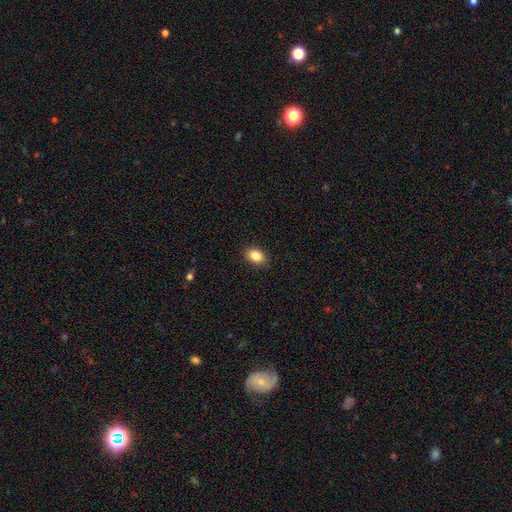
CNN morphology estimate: smooth_or_featured: smooth (p=0.86) [alt: star or artifact p=0.09]
how_rounded: in between (p=0.81) [alt: round p=0.17]
merging: none (p=0.89) [alt: minor disturbance p=0.09]